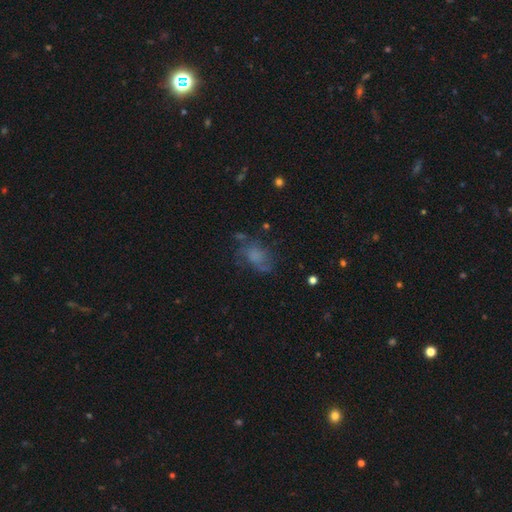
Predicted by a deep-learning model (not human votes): Smooth or featured? smooth (48%)
Merging? none (48%)